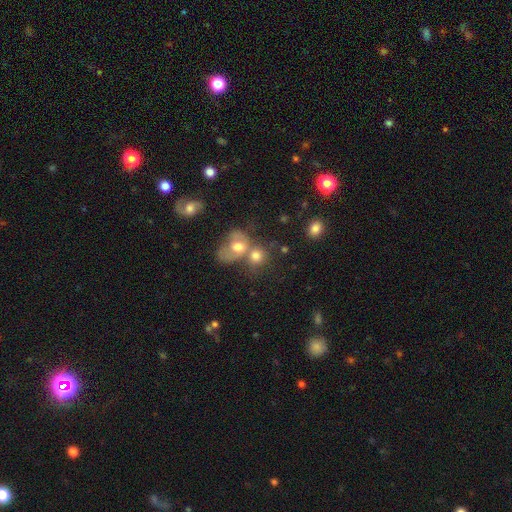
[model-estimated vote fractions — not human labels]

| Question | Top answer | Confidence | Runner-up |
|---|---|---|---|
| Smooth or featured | smooth | 71% | featured or disk (18%) |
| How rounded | round | 66% | in between (33%) |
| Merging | merger | 55% | none (28%) |